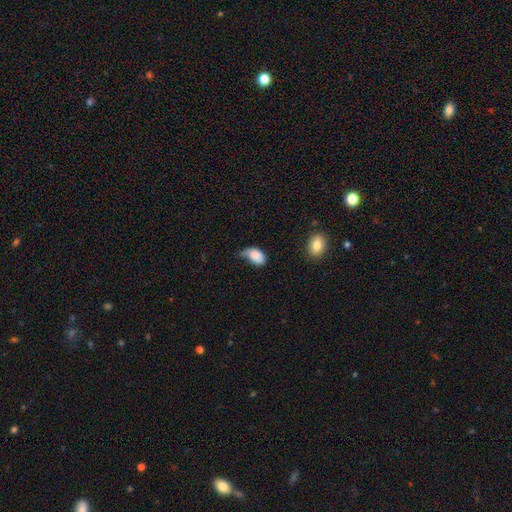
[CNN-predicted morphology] smooth_or_featured: smooth (p=0.83) [alt: featured or disk p=0.09]
how_rounded: in between (p=0.89) [alt: round p=0.09]
merging: minor disturbance (p=0.43) [alt: none p=0.27]